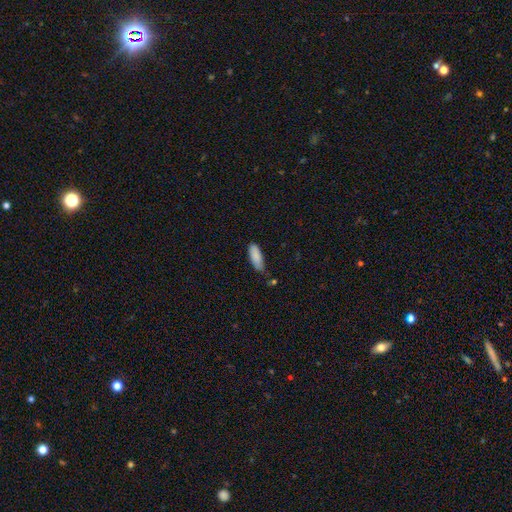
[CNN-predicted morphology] Smooth or featured? Predicted: smooth (p=0.88). How rounded? Predicted: in between (p=0.66). Merging? Predicted: none (p=0.69).